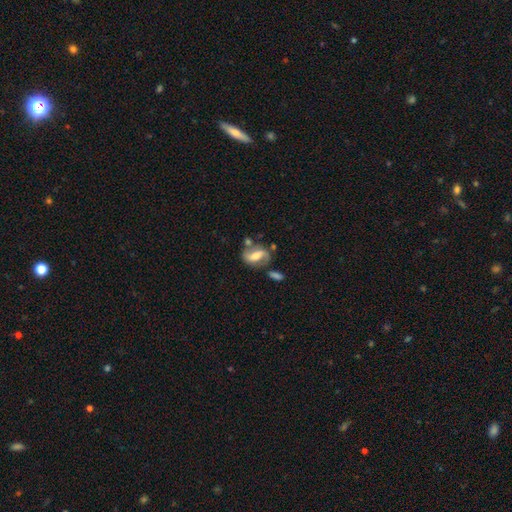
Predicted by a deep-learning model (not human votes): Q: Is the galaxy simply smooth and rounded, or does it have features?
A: featured or disk — 67%.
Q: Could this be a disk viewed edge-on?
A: no — 95%.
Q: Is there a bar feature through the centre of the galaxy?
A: strong — 39%.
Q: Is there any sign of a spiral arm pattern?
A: yes — 86%.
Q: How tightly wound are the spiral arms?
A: medium — 42%.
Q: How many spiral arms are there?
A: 2 — 86%.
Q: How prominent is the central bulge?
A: moderate — 60%.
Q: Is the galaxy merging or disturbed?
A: none — 59%.